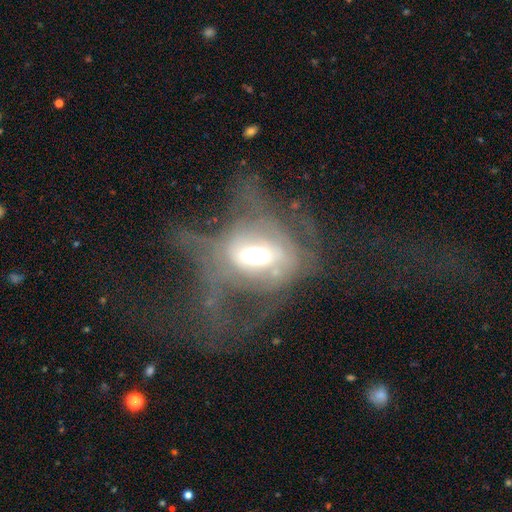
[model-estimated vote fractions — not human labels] The model was most divided on "bulge size": moderate: 52%, large: 31%, dominant: 8%, small: 7%, none: 1%. More confident: edge-on disk — no (91%); spiral arms — no (65%); bar — no (60%); smooth or featured — featured or disk (58%); merging — major disturbance (56%).